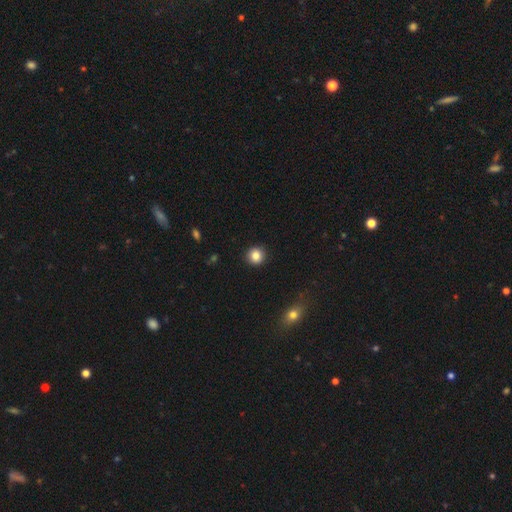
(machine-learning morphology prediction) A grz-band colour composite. It shows a smooth galaxy with no disk features (85%) that is round (93%). Merging: none (92%).